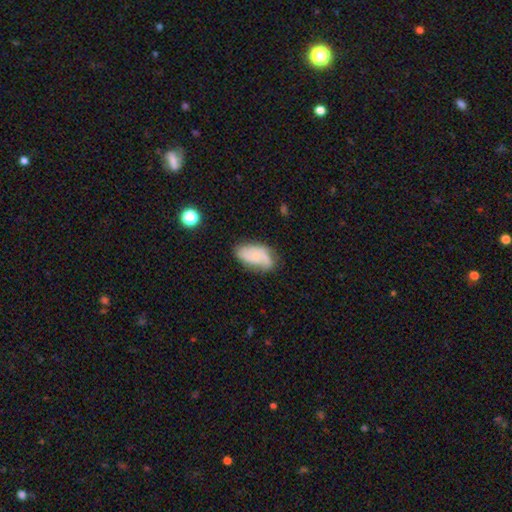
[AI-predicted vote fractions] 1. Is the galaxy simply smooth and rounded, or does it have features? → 50% smooth, 42% featured or disk, 8% star or artifact.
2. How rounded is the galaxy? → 92% in between, 5% round, 3% cigar-shaped.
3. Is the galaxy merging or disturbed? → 53% none, 31% minor disturbance, 12% major disturbance, 3% merger.